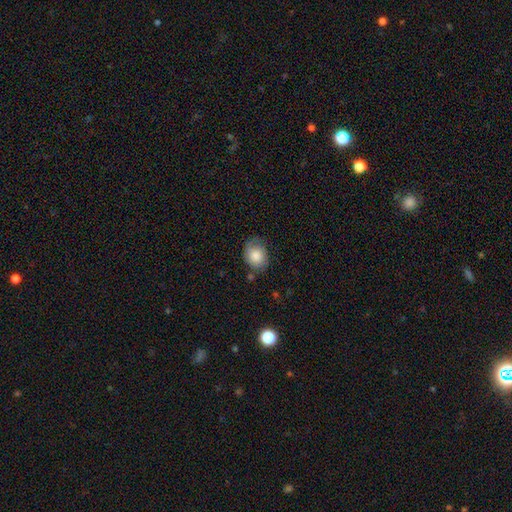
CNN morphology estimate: Q: Smooth or featured?
A: smooth (74%); runner-up: featured or disk (19%)
Q: How rounded?
A: in between (51%); runner-up: round (48%)
Q: Merging?
A: none (58%); runner-up: minor disturbance (29%)